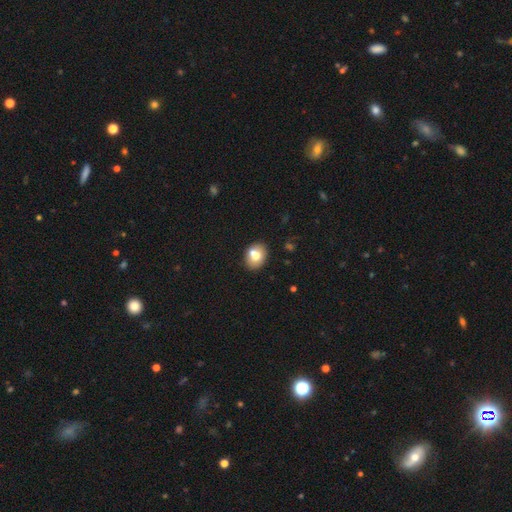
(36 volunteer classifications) A smooth galaxy with no disk features (83%) that is in between round and cigar-shaped (63%). Merging: none (66%).